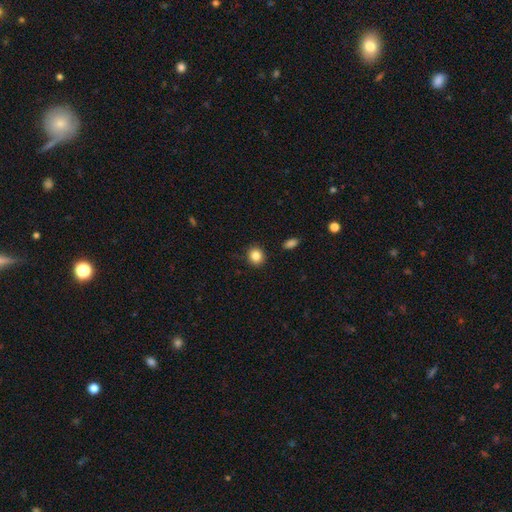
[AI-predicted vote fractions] A smooth galaxy with no disk features (85%) that is round (82%).

Vote fractions:
- Smooth or featured? smooth: 85% / star or artifact: 10% / featured or disk: 5%
- How rounded? round: 82% / in between: 17% / cigar-shaped: 1%
- Merging? none: 89% / minor disturbance: 7% / major disturbance: 2% / merger: 2%